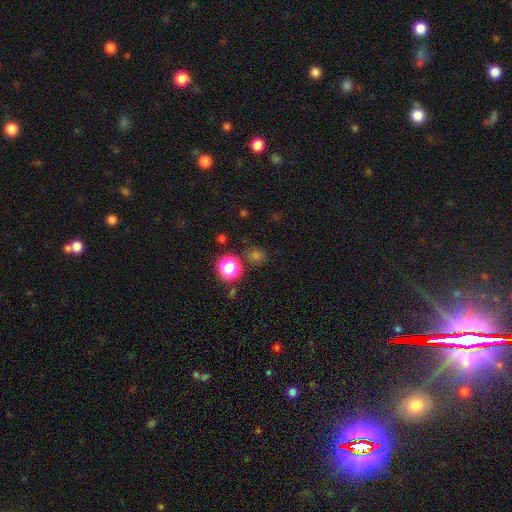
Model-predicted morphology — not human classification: Smooth or featured: smooth — 62% (star or artifact — 32%)
How rounded: round — 80% (in between — 19%)
Merging: none — 80% (minor disturbance — 11%)